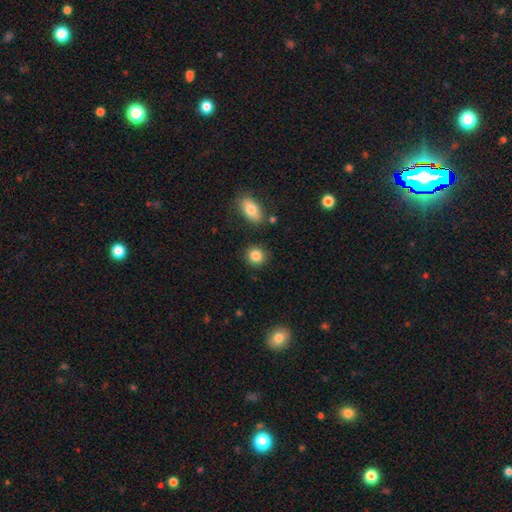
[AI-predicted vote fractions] This is clearly a smooth galaxy (86%). How rounded: clearly round (85%). Merging: clearly none (87%).